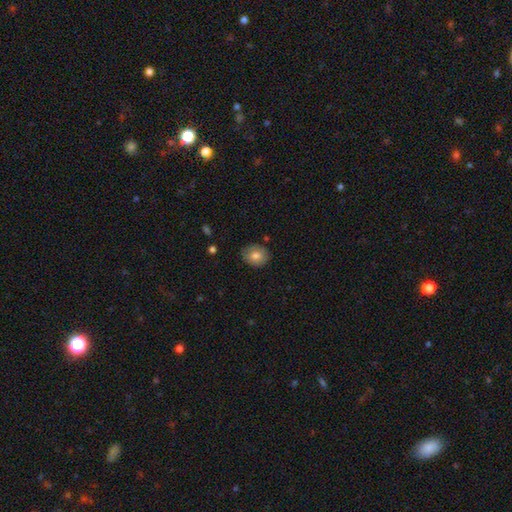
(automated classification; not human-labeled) Morphology: type=smooth (76%); roundness=round (61%); merging=none (81%).